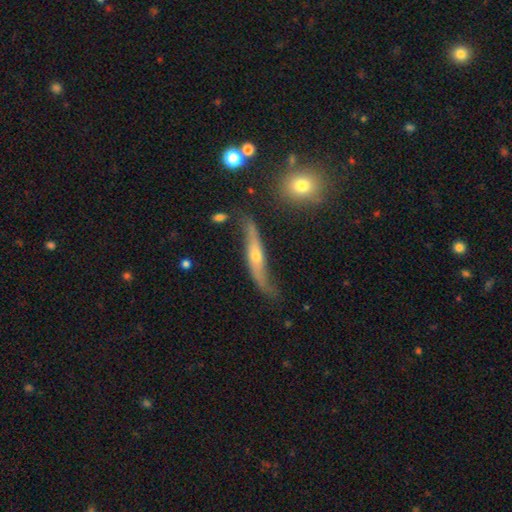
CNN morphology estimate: A featured or disk galaxy (77%) viewed edge-on (56%). Merging: none (60%).